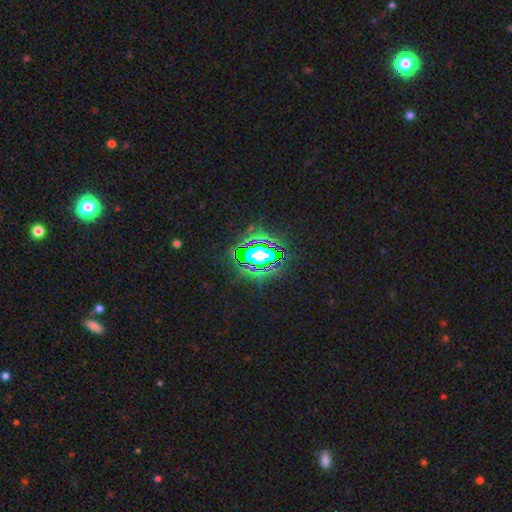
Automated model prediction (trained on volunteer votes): star or artifact 80%, smooth 12%, featured or disk 8%.